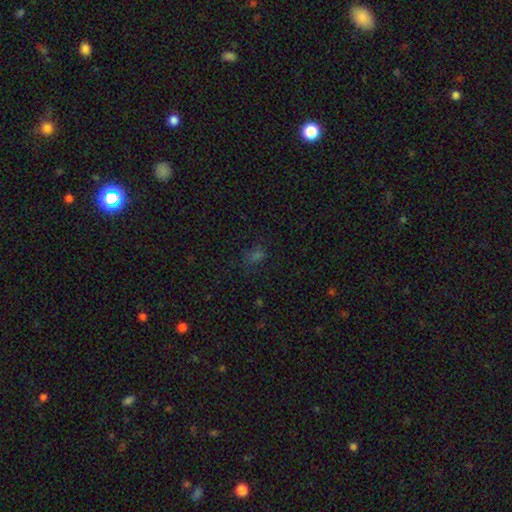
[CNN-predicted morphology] smooth_or_featured: smooth (p=0.53) [alt: star or artifact p=0.39]
how_rounded: in between (p=0.55) [alt: round p=0.43]
merging: none (p=0.72) [alt: minor disturbance p=0.17]